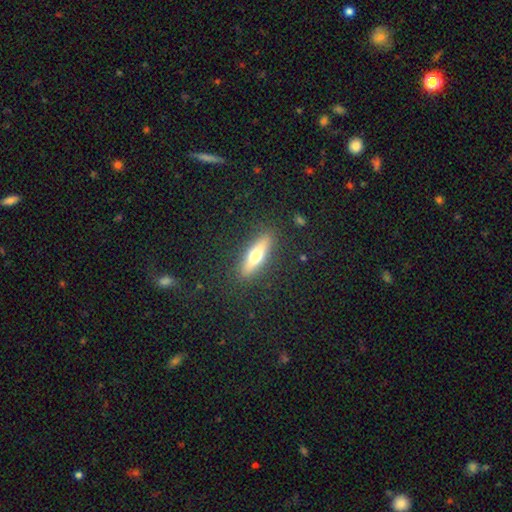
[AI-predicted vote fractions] Q: Smooth or featured?
A: smooth (50%); runner-up: featured or disk (43%)
Q: How rounded?
A: cigar-shaped (65%); runner-up: in between (32%)
Q: Merging?
A: none (88%); runner-up: minor disturbance (8%)